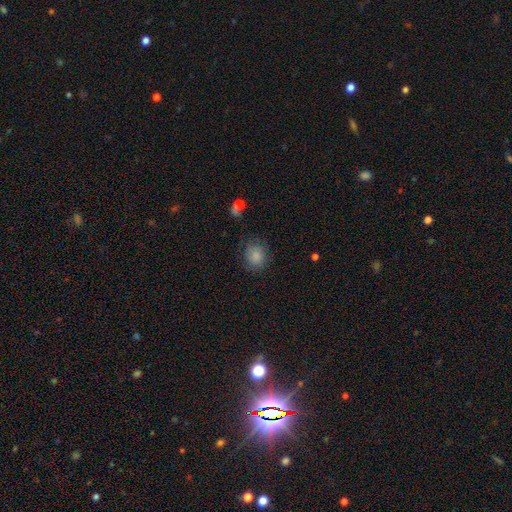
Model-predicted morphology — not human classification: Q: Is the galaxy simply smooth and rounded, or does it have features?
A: smooth — 84%.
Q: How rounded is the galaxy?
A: round — 78%.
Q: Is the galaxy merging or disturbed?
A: none — 76%.